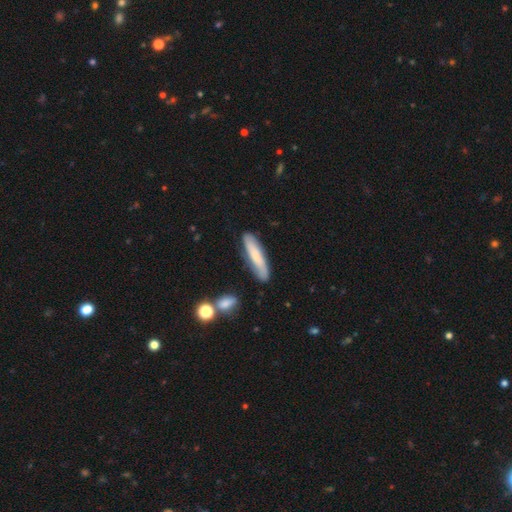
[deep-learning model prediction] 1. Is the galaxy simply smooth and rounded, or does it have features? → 66% smooth, 28% featured or disk, 7% star or artifact.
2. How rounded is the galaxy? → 82% cigar-shaped, 17% in between, 2% round.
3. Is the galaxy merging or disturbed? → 78% none, 16% minor disturbance, 3% major disturbance, 3% merger.